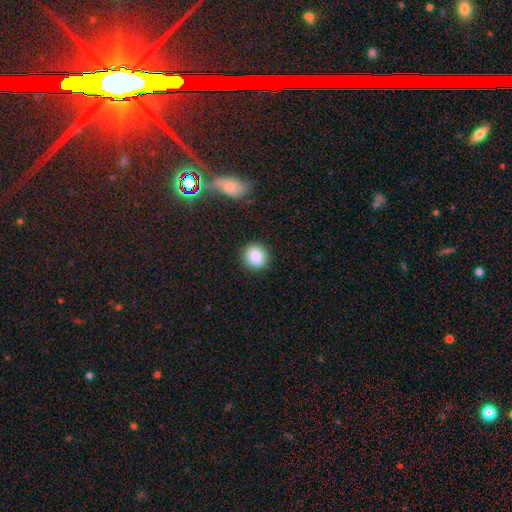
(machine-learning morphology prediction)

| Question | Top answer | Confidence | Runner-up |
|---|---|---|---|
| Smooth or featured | smooth | 83% | star or artifact (9%) |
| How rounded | round | 87% | in between (12%) |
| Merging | none | 89% | minor disturbance (7%) |